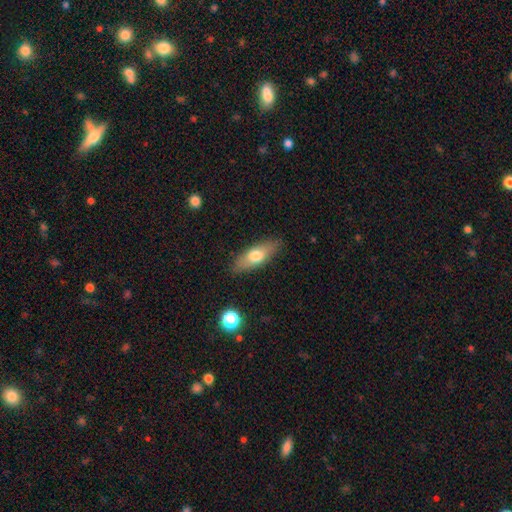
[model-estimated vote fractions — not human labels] Smooth or featured: smooth — 65% (featured or disk — 28%)
How rounded: in between — 60% (cigar-shaped — 37%)
Merging: none — 85% (minor disturbance — 11%)